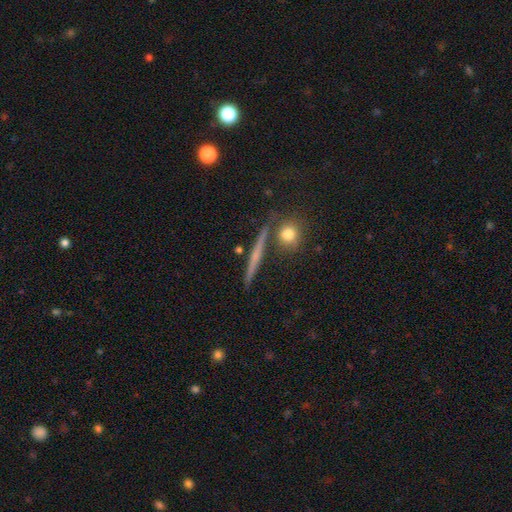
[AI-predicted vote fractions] smooth_or_featured: featured or disk (p=0.58) [alt: smooth p=0.34]
disk_edge_on: yes (p=0.95) [alt: no p=0.05]
edge_on_bulge: none (p=0.66) [alt: rounded p=0.27]
merging: none (p=0.85) [alt: minor disturbance p=0.08]